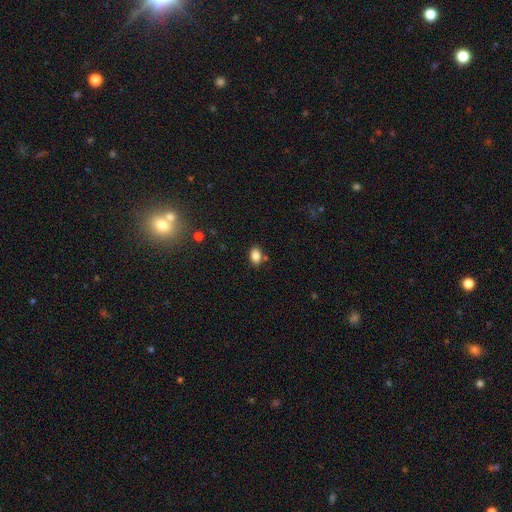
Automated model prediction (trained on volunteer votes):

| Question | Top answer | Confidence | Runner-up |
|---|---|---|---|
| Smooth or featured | smooth | 85% | star or artifact (10%) |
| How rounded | in between | 82% | round (17%) |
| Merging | none | 78% | minor disturbance (12%) |